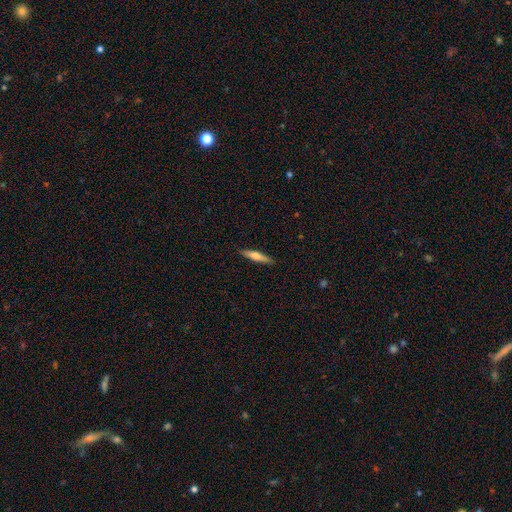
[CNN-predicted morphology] Overall: smooth (54%; featured or disk 41%). How rounded: cigar-shaped (87%). Merging: none (90%).